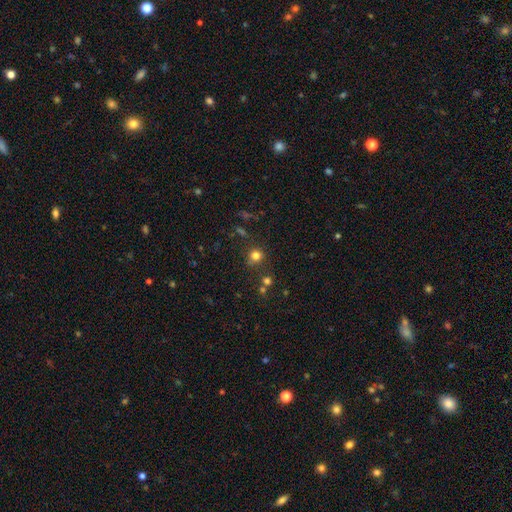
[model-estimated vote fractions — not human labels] The model was most divided on "smooth or featured": smooth: 76%, star or artifact: 18%, featured or disk: 6%. More confident: how rounded — round (90%); merging — none (77%).